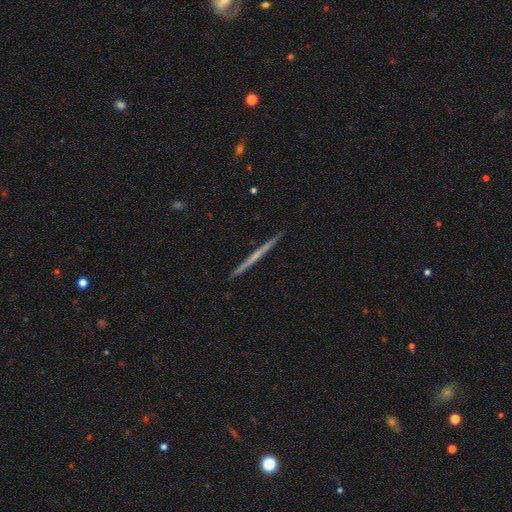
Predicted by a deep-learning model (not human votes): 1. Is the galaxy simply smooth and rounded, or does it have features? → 61% featured or disk, 34% smooth, 5% star or artifact.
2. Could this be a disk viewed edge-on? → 98% yes, 2% no.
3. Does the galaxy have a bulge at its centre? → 85% none, 12% rounded, 3% boxy.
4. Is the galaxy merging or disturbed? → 93% none, 5% minor disturbance, 1% merger, 1% major disturbance.